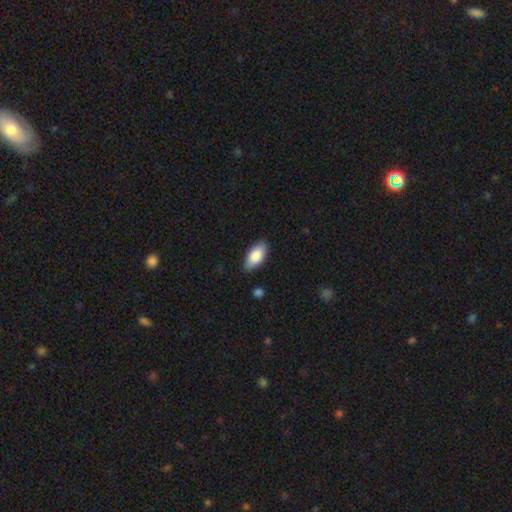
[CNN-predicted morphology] smooth-or-featured: smooth: 82% | featured or disk: 11% | star or artifact: 6%
  how-rounded: in between: 91% | cigar-shaped: 6% | round: 2%
  merging: none: 85% | minor disturbance: 12% | major disturbance: 2% | merger: 1%